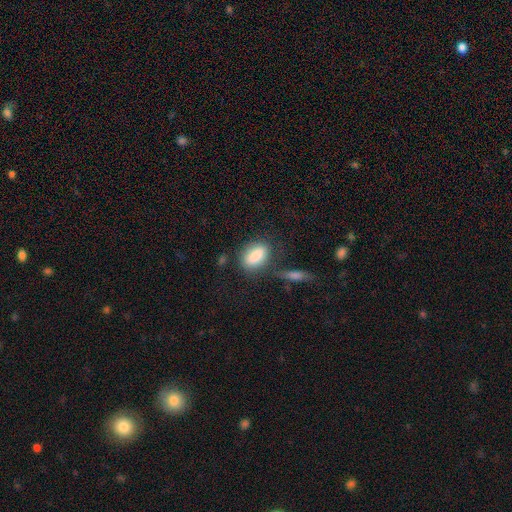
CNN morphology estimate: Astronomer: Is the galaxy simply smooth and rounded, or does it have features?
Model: smooth — 85%.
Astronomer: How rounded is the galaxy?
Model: in between — 83%.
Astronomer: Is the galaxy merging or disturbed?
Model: none — 64%.